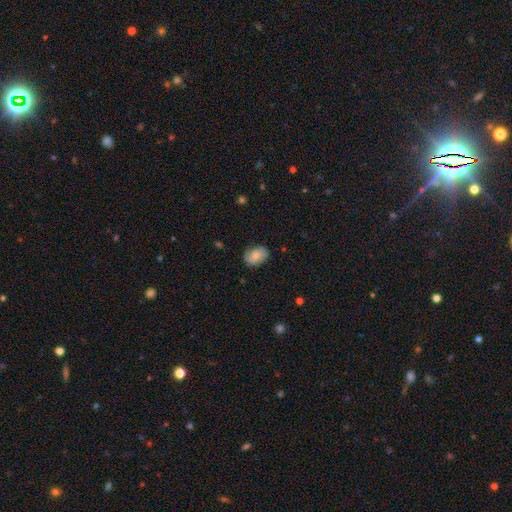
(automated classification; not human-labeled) A smooth galaxy with no disk features (76%) that is in between round and cigar-shaped (77%). Merging: none (76%).